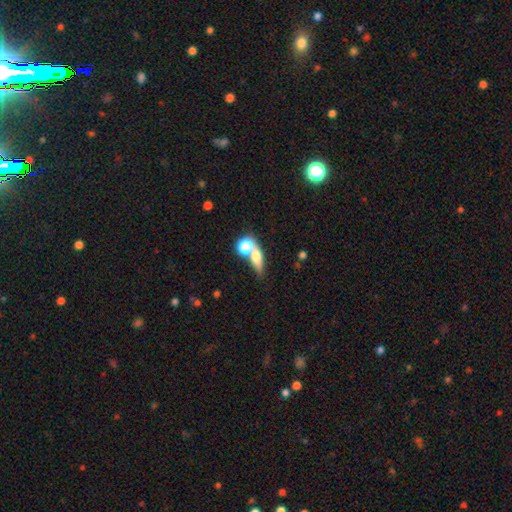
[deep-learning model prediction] A smooth galaxy with no disk features (62%) that is in between round and cigar-shaped (45%). Merging: none (43%).